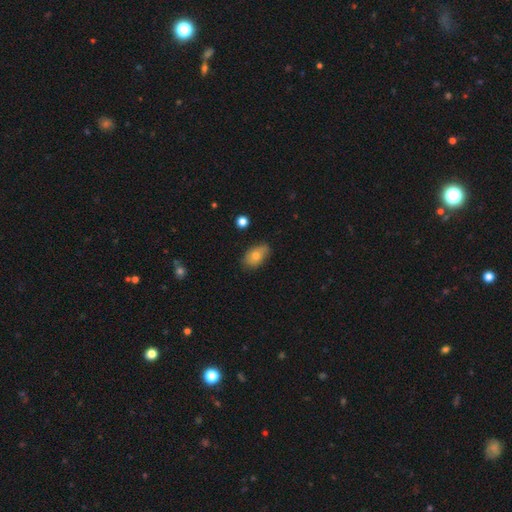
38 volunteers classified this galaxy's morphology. Q: Smooth or featured?
A: smooth (87%); runner-up: featured or disk (11%)
Q: How rounded?
A: in between (100%)
Q: Merging?
A: none (70%); runner-up: minor disturbance (30%)